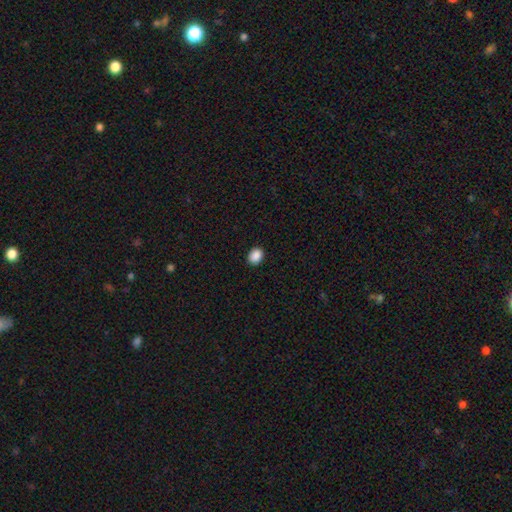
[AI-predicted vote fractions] Smooth or featured: smooth — 90% (star or artifact — 8%)
How rounded: in between — 61% (round — 38%)
Merging: none — 91% (minor disturbance — 7%)